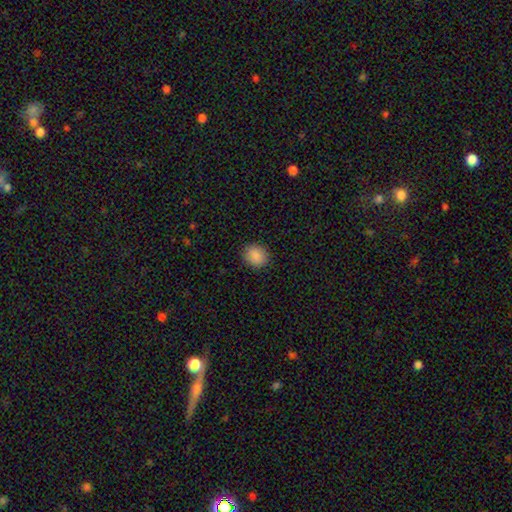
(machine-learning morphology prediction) This is clearly a smooth galaxy (88%). How rounded: likely round (71%). Merging: clearly none (90%).